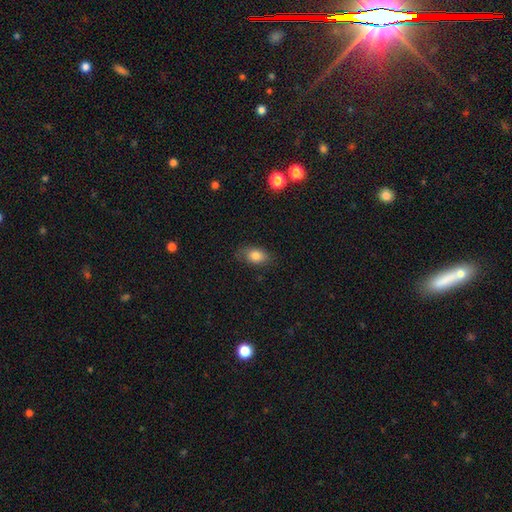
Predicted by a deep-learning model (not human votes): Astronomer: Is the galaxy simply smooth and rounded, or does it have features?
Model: smooth — 80%.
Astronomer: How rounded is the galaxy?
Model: in between — 84%.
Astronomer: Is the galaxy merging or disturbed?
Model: none — 74%.